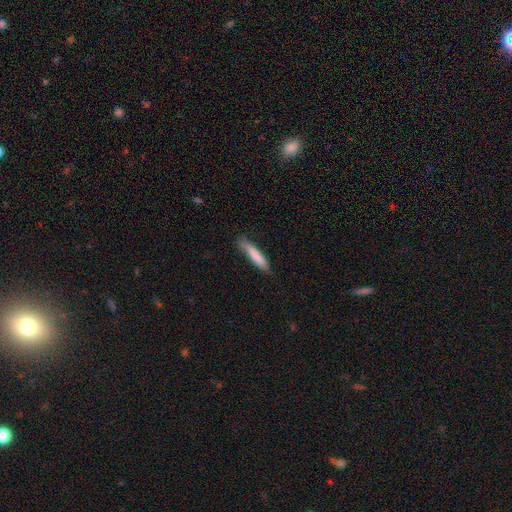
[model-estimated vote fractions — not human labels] Overall: smooth (80%). How rounded: cigar-shaped (88%). Merging: none (73%).